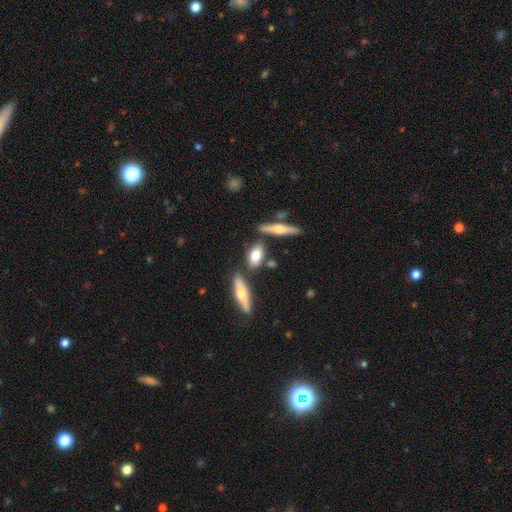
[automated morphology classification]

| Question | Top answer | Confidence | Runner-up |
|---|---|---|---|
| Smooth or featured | smooth | 68% | featured or disk (25%) |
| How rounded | in between | 76% | cigar-shaped (19%) |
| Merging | none | 72% | minor disturbance (12%) |